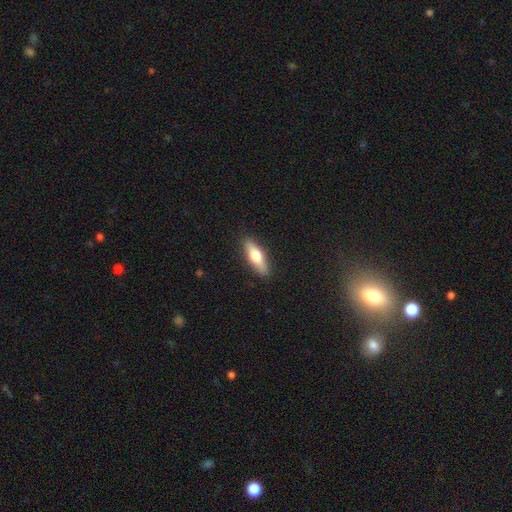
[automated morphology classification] Q: Smooth or featured?
A: smooth (60%); runner-up: featured or disk (34%)
Q: How rounded?
A: cigar-shaped (53%); runner-up: in between (44%)
Q: Merging?
A: none (89%); runner-up: minor disturbance (8%)